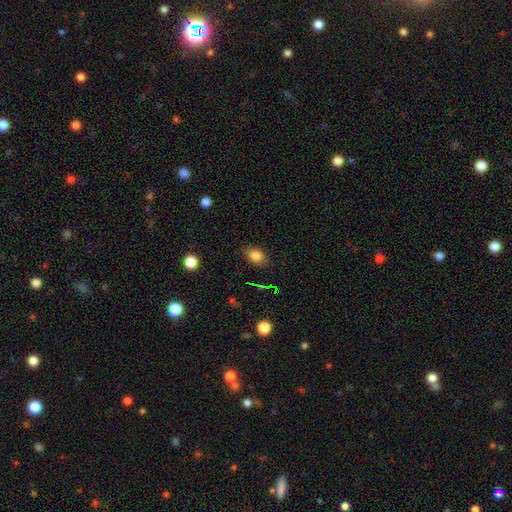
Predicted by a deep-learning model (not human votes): smooth-or-featured: smooth: 81% | star or artifact: 11% | featured or disk: 8%
  how-rounded: in between: 73% | round: 25% | cigar-shaped: 2%
  merging: none: 84% | minor disturbance: 12% | major disturbance: 3% | merger: 1%